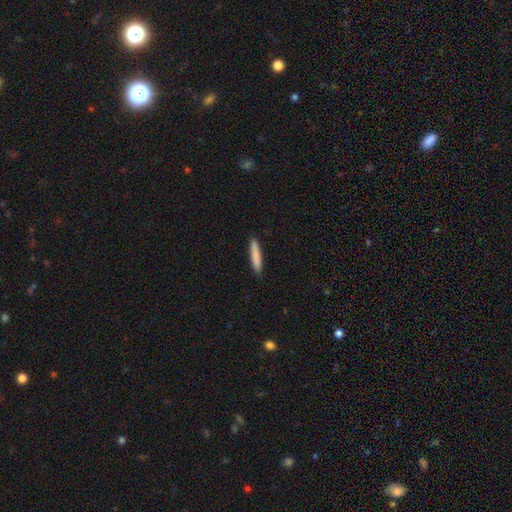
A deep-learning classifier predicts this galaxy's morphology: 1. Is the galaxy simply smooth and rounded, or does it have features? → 84% smooth, 10% featured or disk, 6% star or artifact.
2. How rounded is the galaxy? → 90% cigar-shaped, 8% in between, 1% round.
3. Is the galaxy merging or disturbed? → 91% none, 7% minor disturbance, 1% major disturbance, 1% merger.